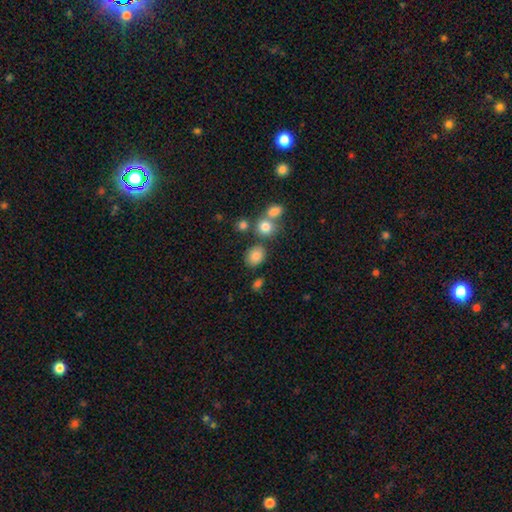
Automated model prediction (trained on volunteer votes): This appears to be a smooth galaxy with no disk features (82%) that is round (54%). Merging: none (72%).